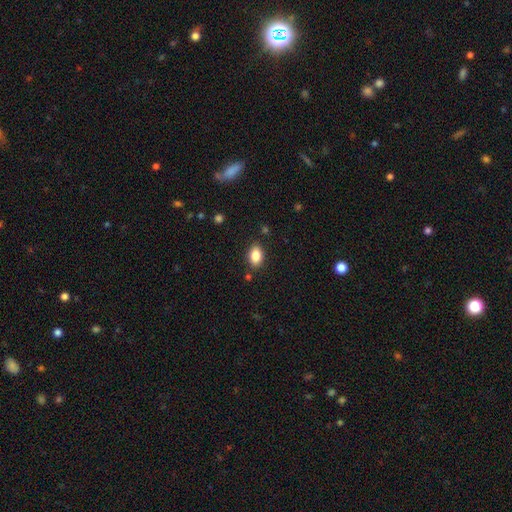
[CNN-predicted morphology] This is clearly a smooth galaxy (84%). How rounded: clearly in between (86%). Merging: clearly none (85%).